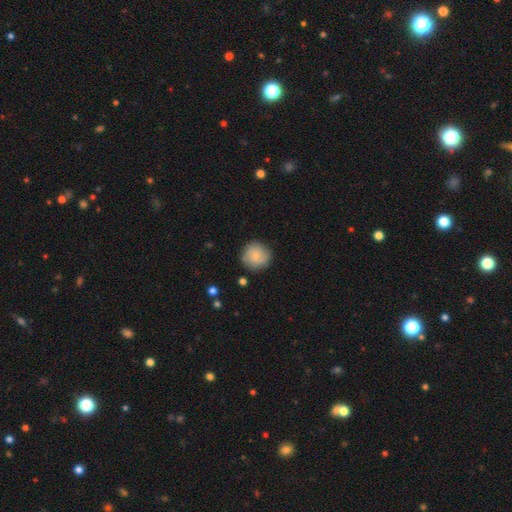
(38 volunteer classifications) smooth_or_featured: smooth (p=0.74) [alt: featured or disk p=0.26]
how_rounded: round (p=1.00)
merging: none (p=0.89) [alt: minor disturbance p=0.05]